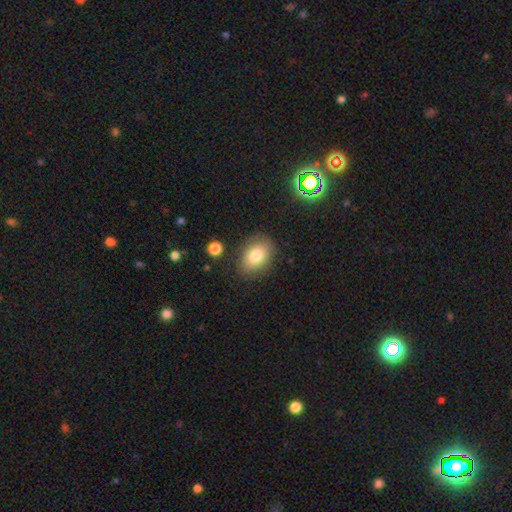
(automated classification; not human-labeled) Smooth or featured?
  - smooth: 79% *
  - featured or disk: 12%
  - star or artifact: 9%
How rounded?
  - in between: 77% *
  - round: 22%
  - cigar-shaped: 1%
Merging?
  - none: 82% *
  - minor disturbance: 12%
  - major disturbance: 3%
  - merger: 2%